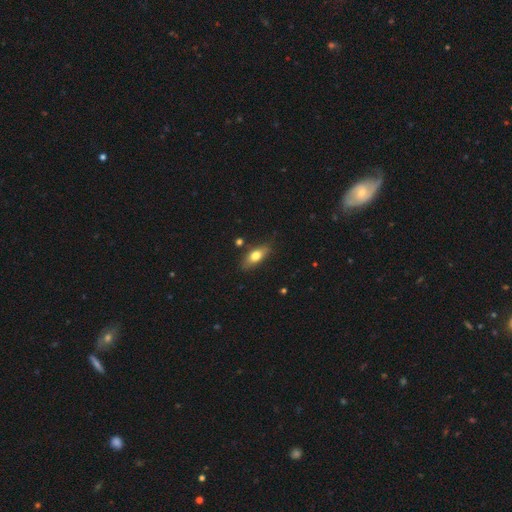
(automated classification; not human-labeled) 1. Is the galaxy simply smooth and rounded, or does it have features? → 71% smooth, 22% featured or disk, 7% star or artifact.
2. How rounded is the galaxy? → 76% in between, 19% cigar-shaped, 4% round.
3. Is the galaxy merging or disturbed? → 79% none, 15% minor disturbance, 3% major disturbance, 3% merger.